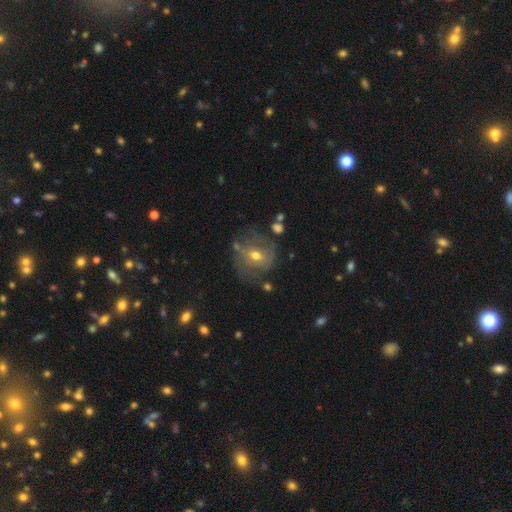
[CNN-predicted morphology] featured or disk 59%, smooth 32%, star or artifact 9%. Down the decision tree: edge-on disk — no (95%); bar — weak (45%); spiral arms — yes (55%); bulge size — moderate (71%); merging — none (61%).